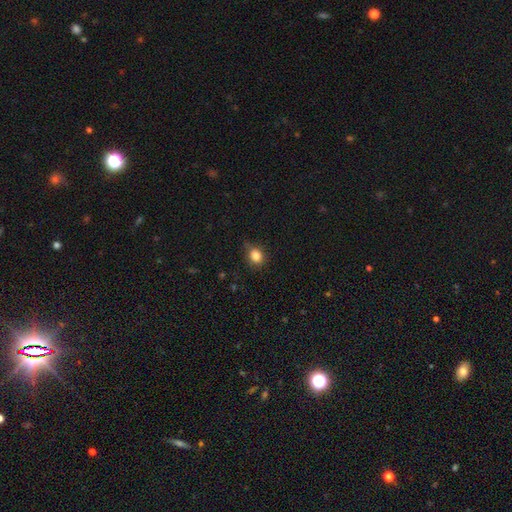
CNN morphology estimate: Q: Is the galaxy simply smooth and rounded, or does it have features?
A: smooth — 85%.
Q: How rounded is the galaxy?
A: round — 66%.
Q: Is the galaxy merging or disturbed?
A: none — 78%.